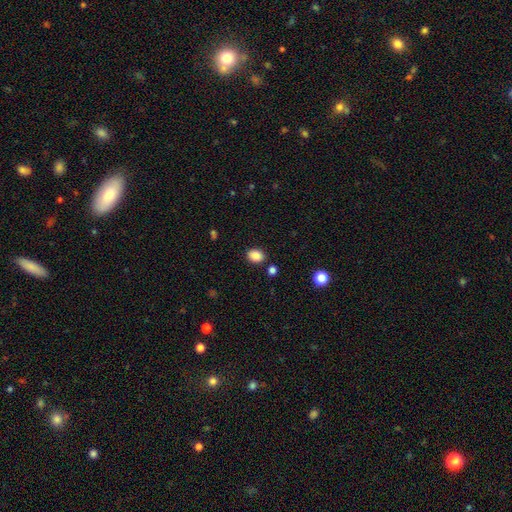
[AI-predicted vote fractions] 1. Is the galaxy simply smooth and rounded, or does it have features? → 87% smooth, 9% star or artifact, 4% featured or disk.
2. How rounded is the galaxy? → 60% in between, 39% round, 1% cigar-shaped.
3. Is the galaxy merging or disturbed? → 86% none, 9% minor disturbance, 3% merger, 2% major disturbance.